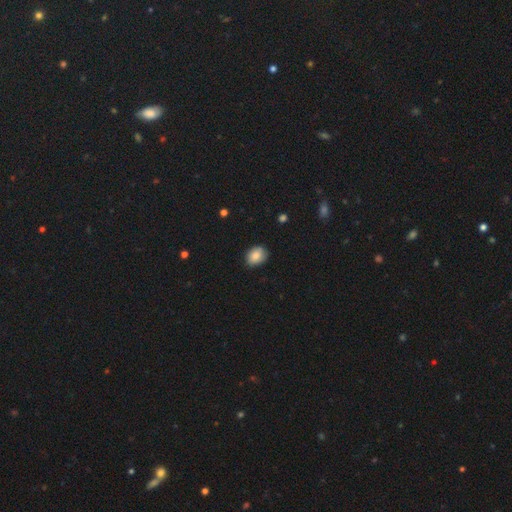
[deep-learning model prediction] This is clearly a smooth galaxy (85%). How rounded: likely in between (65%). Merging: clearly none (81%).